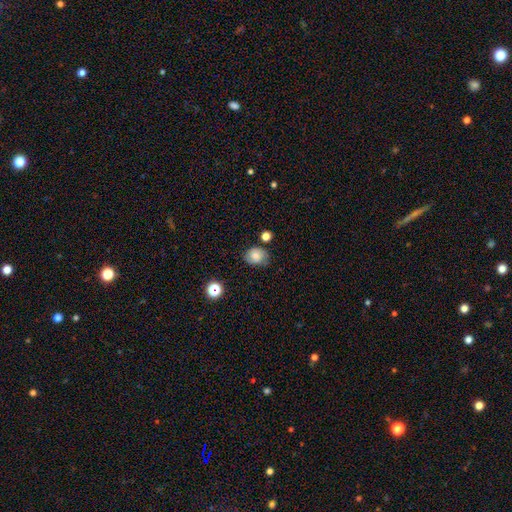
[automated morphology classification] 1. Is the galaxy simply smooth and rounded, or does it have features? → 73% smooth, 15% featured or disk, 12% star or artifact.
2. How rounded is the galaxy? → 56% round, 43% in between, 1% cigar-shaped.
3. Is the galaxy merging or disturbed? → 70% none, 21% minor disturbance, 5% major disturbance, 4% merger.